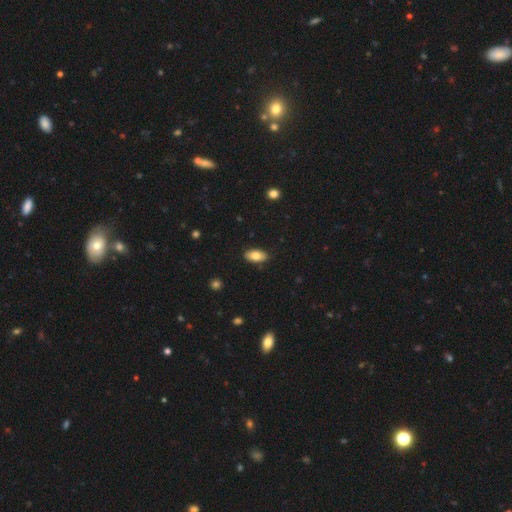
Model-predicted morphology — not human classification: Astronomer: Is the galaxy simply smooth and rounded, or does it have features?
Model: smooth — 82%.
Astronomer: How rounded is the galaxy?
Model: in between — 92%.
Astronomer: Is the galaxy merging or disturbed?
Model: none — 87%.